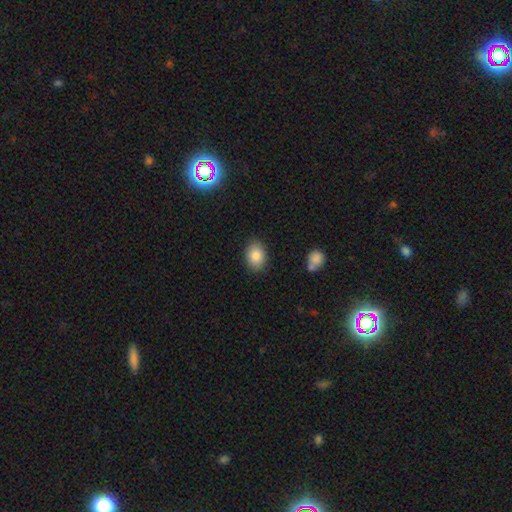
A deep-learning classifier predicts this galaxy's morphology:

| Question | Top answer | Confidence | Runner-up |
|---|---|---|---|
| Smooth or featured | smooth | 85% | star or artifact (8%) |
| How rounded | in between | 76% | round (23%) |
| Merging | none | 85% | minor disturbance (11%) |